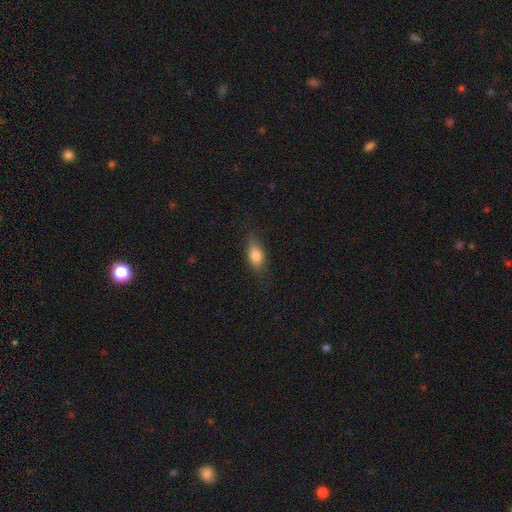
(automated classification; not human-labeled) smooth_or_featured: smooth (p=0.79) [alt: featured or disk p=0.14]
how_rounded: in between (p=0.81) [alt: cigar-shaped p=0.11]
merging: none (p=0.80) [alt: minor disturbance p=0.16]